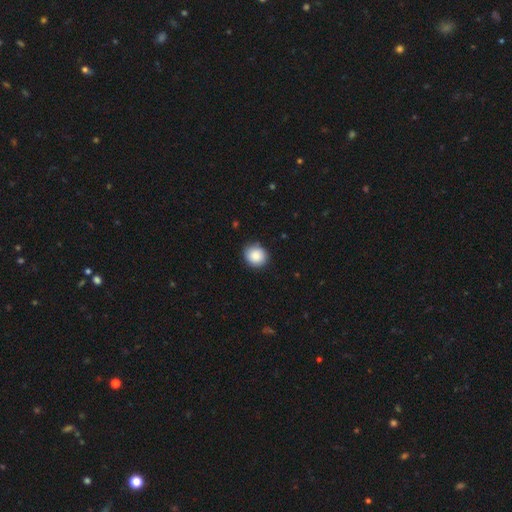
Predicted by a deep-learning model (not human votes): This appears to be a smooth galaxy with no disk features (86%) that is round (78%). Merging: none (85%).